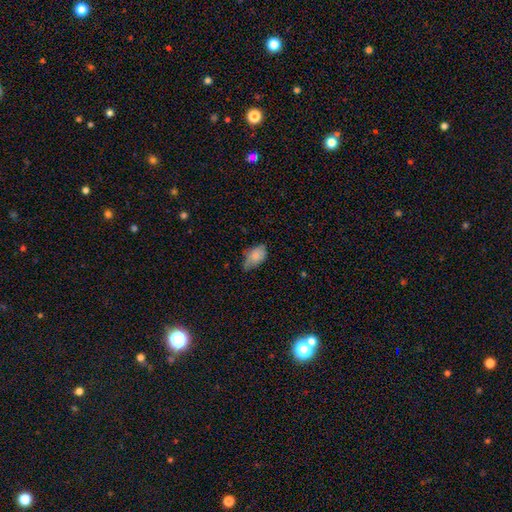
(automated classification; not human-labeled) Smooth or featured: smooth — 81% (featured or disk — 11%)
How rounded: in between — 90% (round — 8%)
Merging: minor disturbance — 46% (none — 39%)